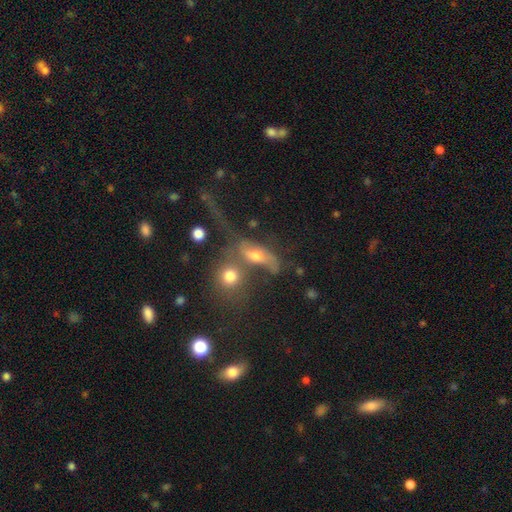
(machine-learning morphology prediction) smooth-or-featured: smooth: 48% | featured or disk: 38% | star or artifact: 14%
  merging: merger: 42% | none: 25% | major disturbance: 21% | minor disturbance: 13%